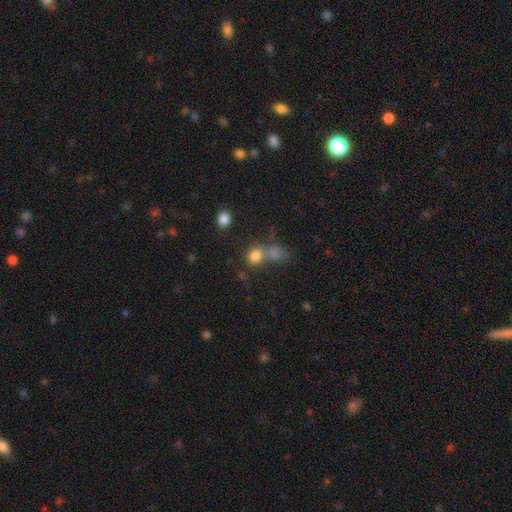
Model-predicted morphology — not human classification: The model was most divided on "merging": none: 44%, merger: 42%, minor disturbance: 8%, major disturbance: 6%. More confident: smooth or featured — smooth (79%); how rounded — round (78%).